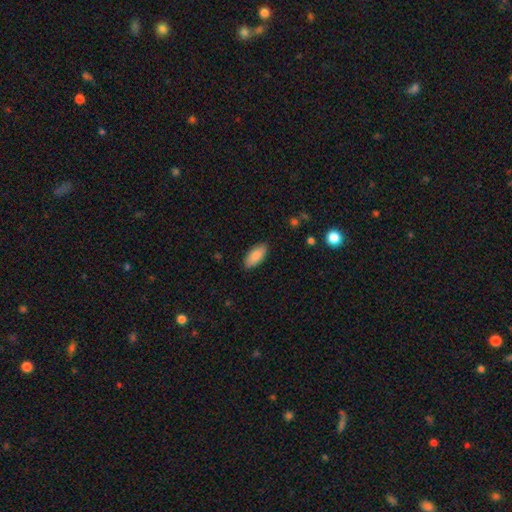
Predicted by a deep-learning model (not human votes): This is clearly a smooth galaxy (87%). How rounded: clearly in between (91%). Merging: clearly none (87%).